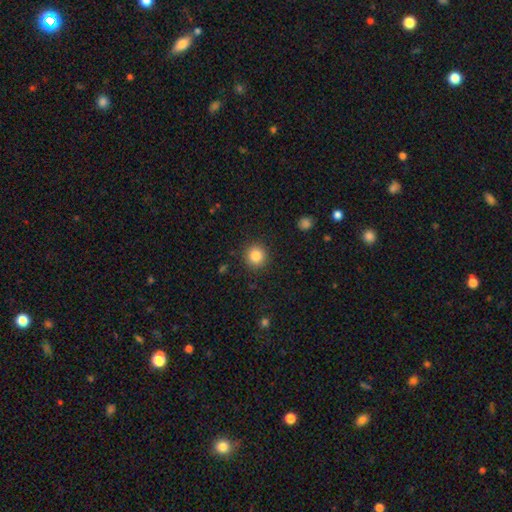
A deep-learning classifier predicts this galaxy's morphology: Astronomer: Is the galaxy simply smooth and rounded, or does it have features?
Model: smooth — 84%.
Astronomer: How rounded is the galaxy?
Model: round — 94%.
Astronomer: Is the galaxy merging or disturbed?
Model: none — 91%.